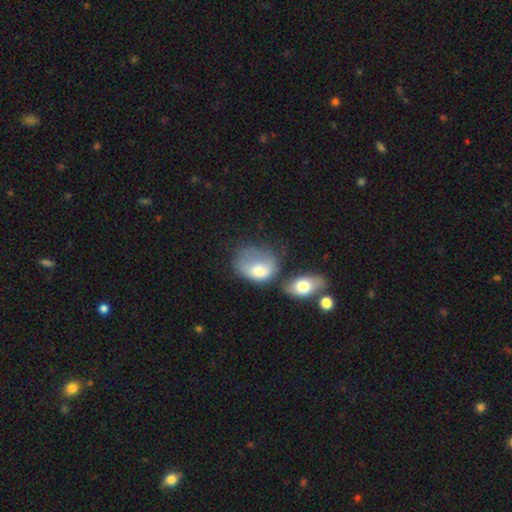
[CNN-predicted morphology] type=smooth (59%); roundness=in between (64%); merging=merger (33%).